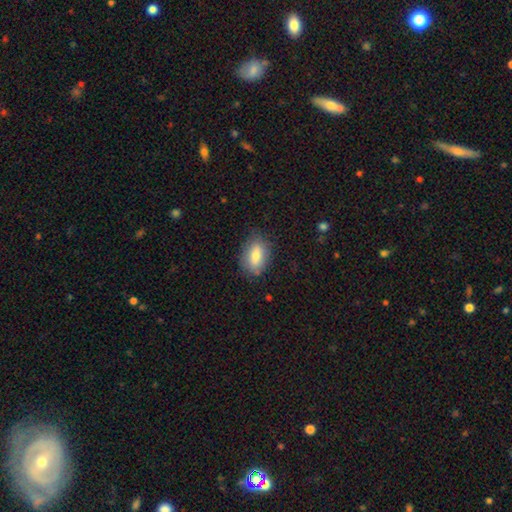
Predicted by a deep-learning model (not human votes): smooth 76%, featured or disk 17%, star or artifact 7%. Down the decision tree: how rounded — in between (87%); merging — none (78%).